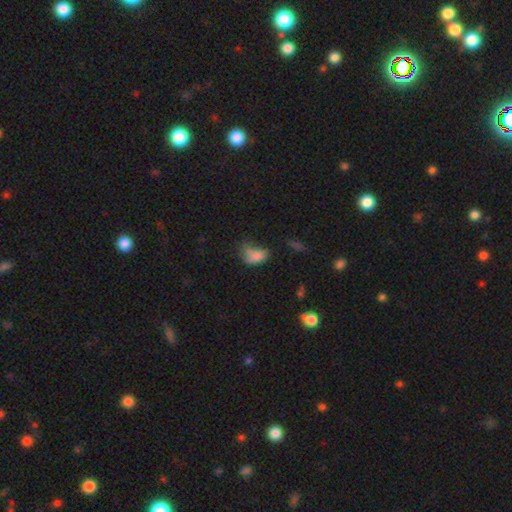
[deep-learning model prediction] Smooth or featured?
  - smooth: 73% *
  - featured or disk: 14%
  - star or artifact: 13%
How rounded?
  - in between: 86% *
  - round: 11%
  - cigar-shaped: 3%
Merging?
  - major disturbance: 35% *
  - minor disturbance: 28%
  - none: 25%
  - merger: 12%